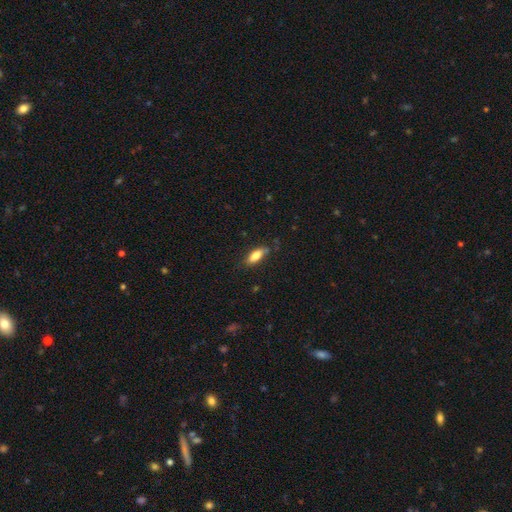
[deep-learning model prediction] Morphology: type=smooth (76%); roundness=in between (72%); merging=none (75%).